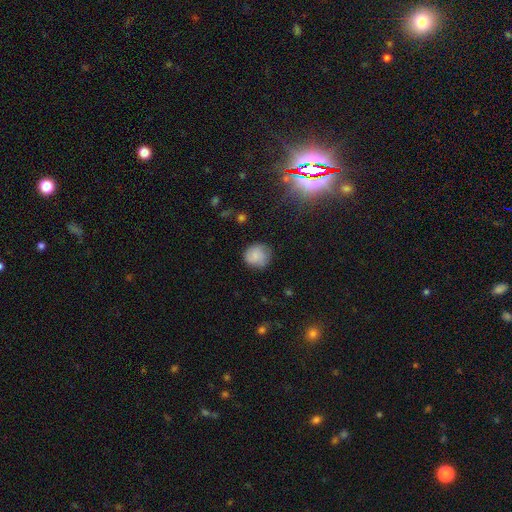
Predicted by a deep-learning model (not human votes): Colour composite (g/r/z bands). It shows a smooth galaxy with no disk features (78%) that is round (87%). Merging: none (78%).